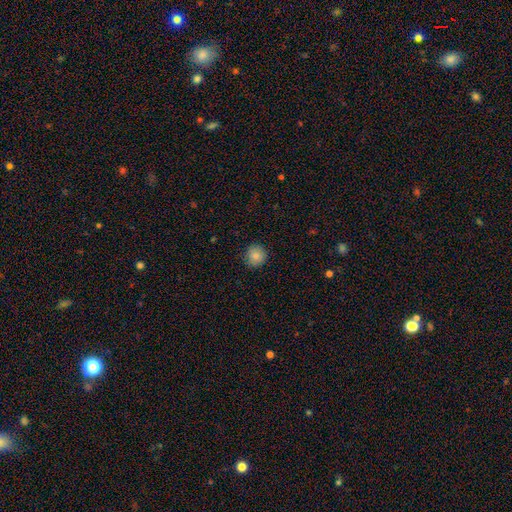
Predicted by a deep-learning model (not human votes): Smooth or featured: smooth — 85% (star or artifact — 10%)
How rounded: round — 93% (in between — 6%)
Merging: none — 89% (minor disturbance — 8%)